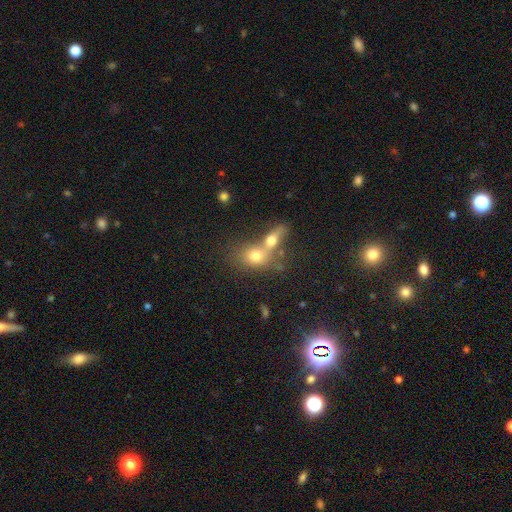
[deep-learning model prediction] This is likely a smooth galaxy (70%). How rounded: possibly in between (51%). Merging: likely merger (65%).